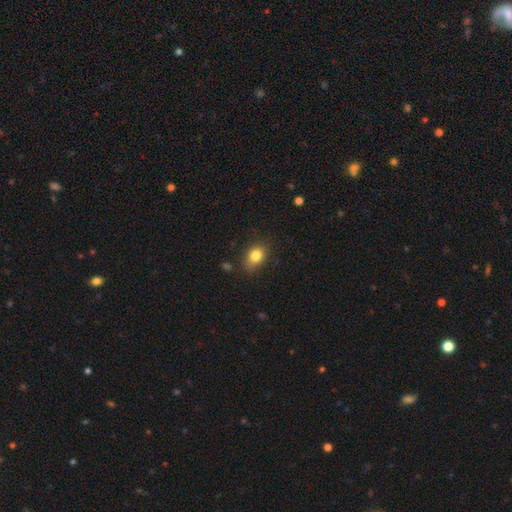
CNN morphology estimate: A smooth galaxy with no disk features (83%) that is in between round and cigar-shaped (69%).

Vote fractions:
- Smooth or featured? smooth: 83% / star or artifact: 9% / featured or disk: 8%
- How rounded? in between: 69% / round: 30% / cigar-shaped: 1%
- Merging? none: 76% / minor disturbance: 18% / major disturbance: 4% / merger: 2%